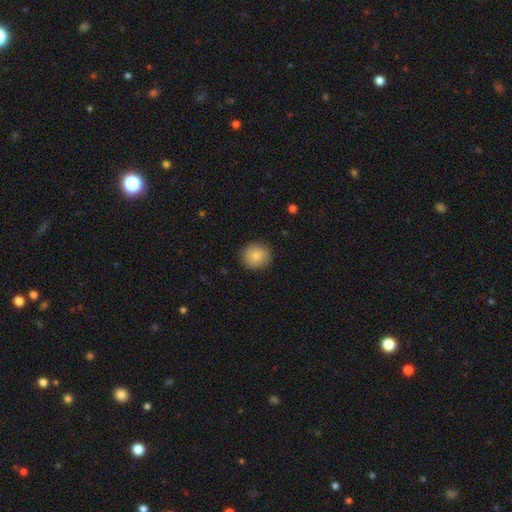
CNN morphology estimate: Smooth or featured?
  - smooth: 85% *
  - featured or disk: 8%
  - star or artifact: 7%
How rounded?
  - round: 90% *
  - in between: 9%
  - cigar-shaped: 1%
Merging?
  - none: 88% *
  - minor disturbance: 9%
  - major disturbance: 2%
  - merger: 1%